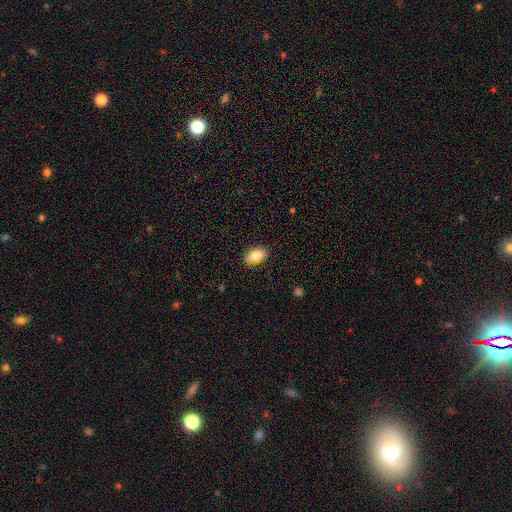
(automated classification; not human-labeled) smooth 85%, featured or disk 8%, star or artifact 7%. Down the decision tree: how rounded — in between (92%); merging — none (84%).